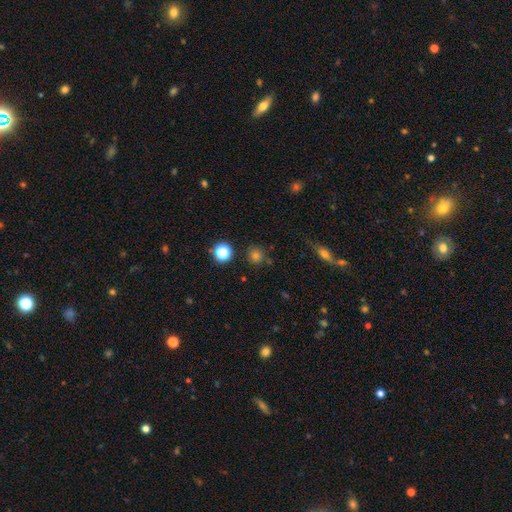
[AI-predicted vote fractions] Overall: smooth (75%). How rounded: round (91%). Merging: none (82%).